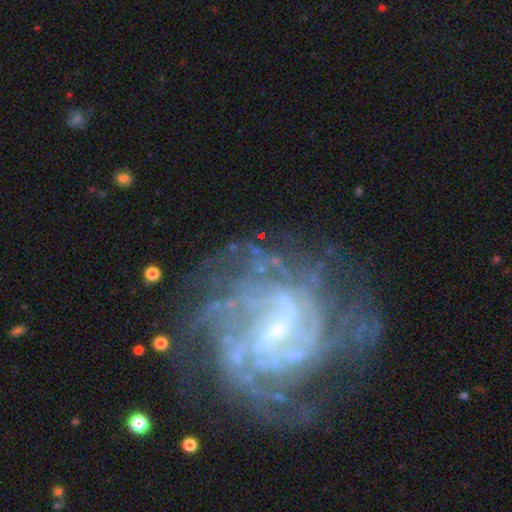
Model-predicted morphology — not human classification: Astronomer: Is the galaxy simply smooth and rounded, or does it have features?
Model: featured or disk — 85%.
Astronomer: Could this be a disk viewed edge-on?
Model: no — 97%.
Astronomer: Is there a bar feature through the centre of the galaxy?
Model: weak — 48% (runner-up: no, 34%).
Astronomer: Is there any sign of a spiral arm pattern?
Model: yes — 92%.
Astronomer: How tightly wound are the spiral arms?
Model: tight — 54% (runner-up: medium, 35%).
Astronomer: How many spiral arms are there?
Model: can't tell — 35% (runner-up: 4, 19%).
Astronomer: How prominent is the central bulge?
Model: small — 66%.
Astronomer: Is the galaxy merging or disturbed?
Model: none — 61%.